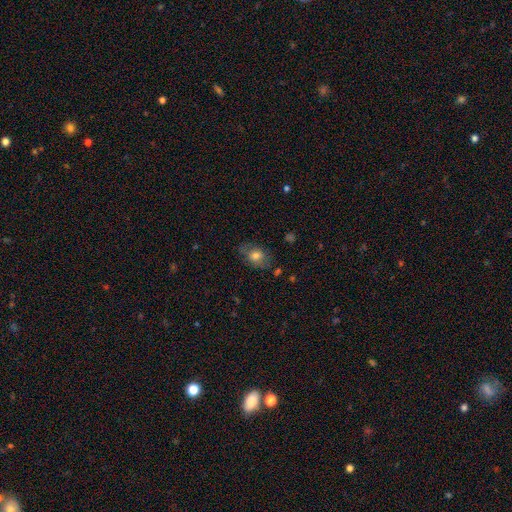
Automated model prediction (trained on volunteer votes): smooth 69%, featured or disk 21%, star or artifact 10%. Down the decision tree: how rounded — in between (70%); merging — none (68%).